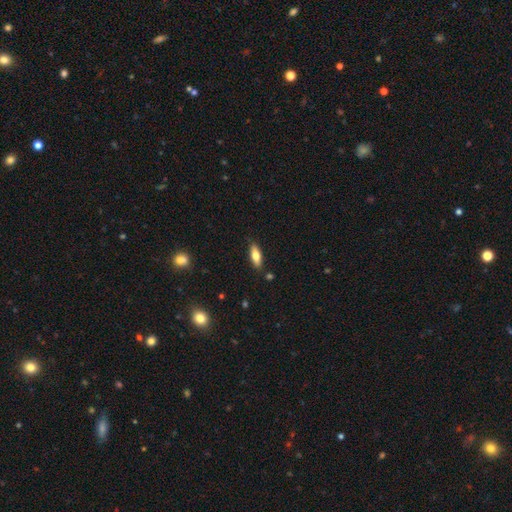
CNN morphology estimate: A smooth galaxy with no disk features (70%) that is in between round and cigar-shaped (68%). Merging: none (85%).